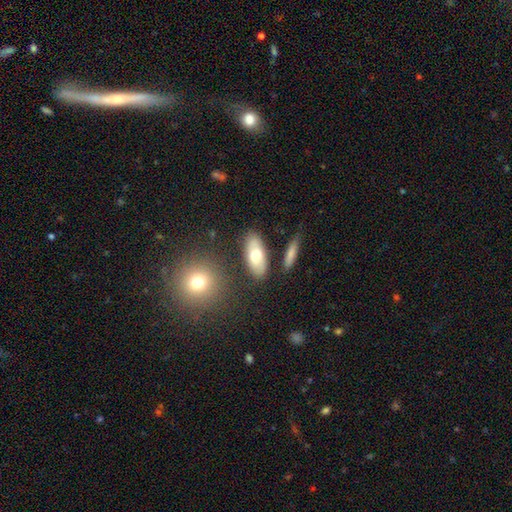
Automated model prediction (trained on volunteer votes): Morphology: type=smooth (70%); roundness=in between (83%); merging=none (78%).